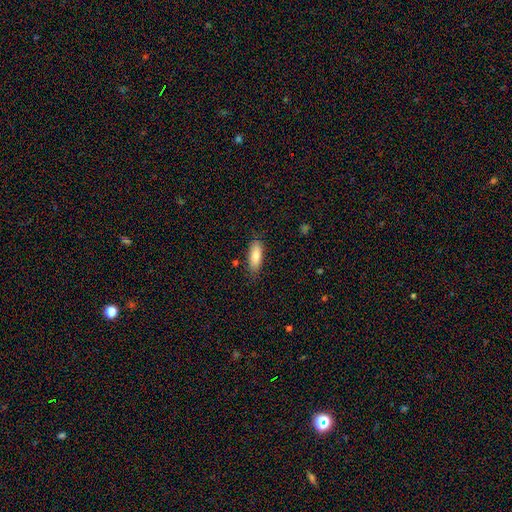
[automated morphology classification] Smooth or featured? smooth (79%)
How rounded? in between (67%)
Merging? none (81%)